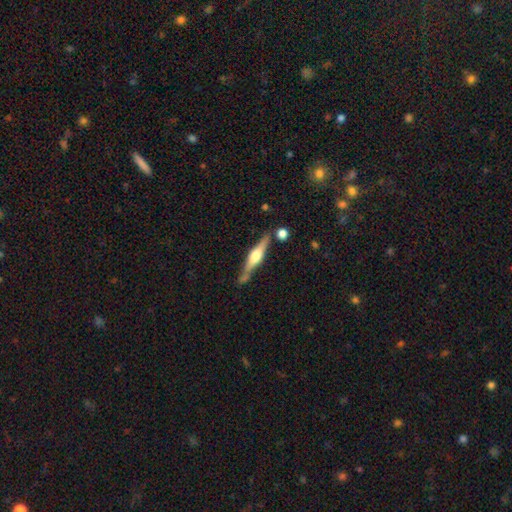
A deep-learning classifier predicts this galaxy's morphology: Q: Smooth or featured?
A: featured or disk (74%); runner-up: smooth (21%)
Q: Edge-on disk?
A: yes (97%); runner-up: no (3%)
Q: Edge-on bulge?
A: rounded (88%); runner-up: boxy (9%)
Q: Merging?
A: none (78%); runner-up: minor disturbance (13%)